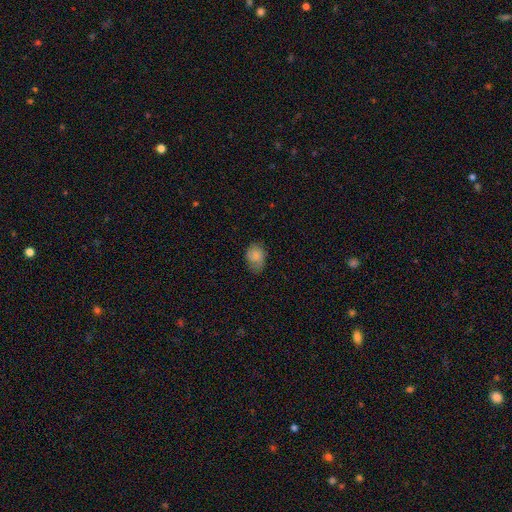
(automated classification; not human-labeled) This appears to be a smooth galaxy with no disk features (78%) that is in between round and cigar-shaped (64%). Merging: none (58%).